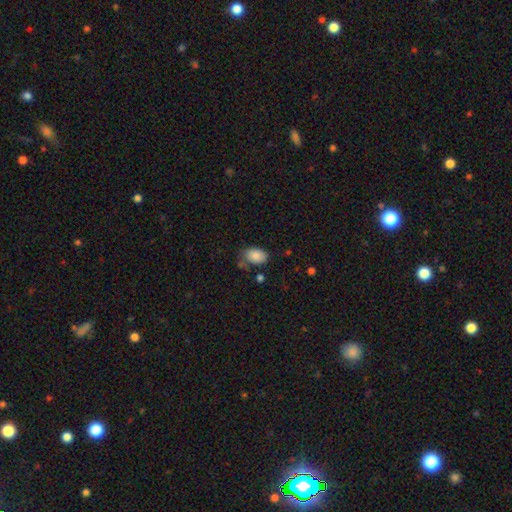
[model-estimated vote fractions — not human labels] Smooth or featured? smooth (86%)
How rounded? in between (86%)
Merging? none (63%)